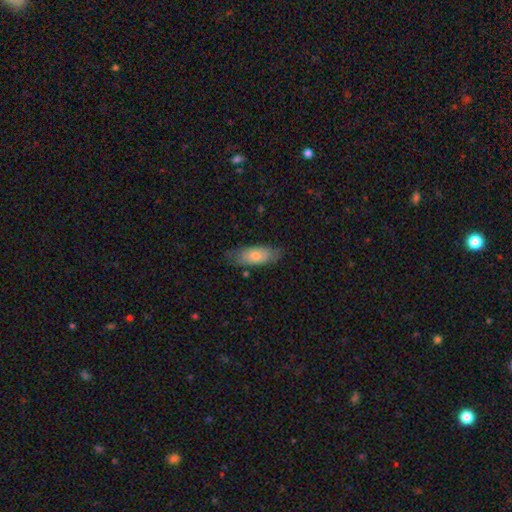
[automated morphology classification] smooth 70%, featured or disk 24%, star or artifact 6%. Down the decision tree: how rounded — in between (81%); merging — none (70%).